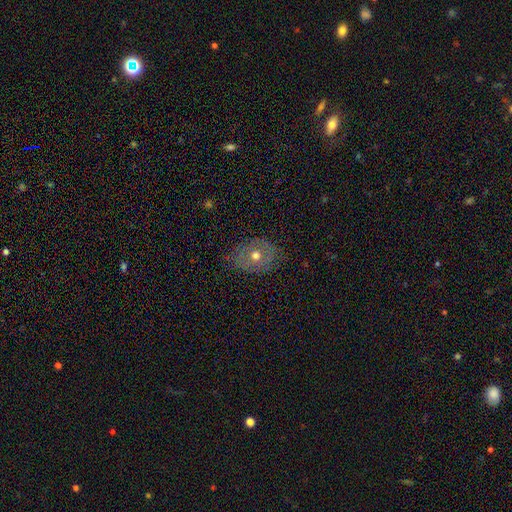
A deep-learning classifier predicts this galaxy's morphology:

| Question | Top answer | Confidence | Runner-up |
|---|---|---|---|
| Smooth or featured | smooth | 49% | featured or disk (41%) |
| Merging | none | 74% | minor disturbance (18%) |